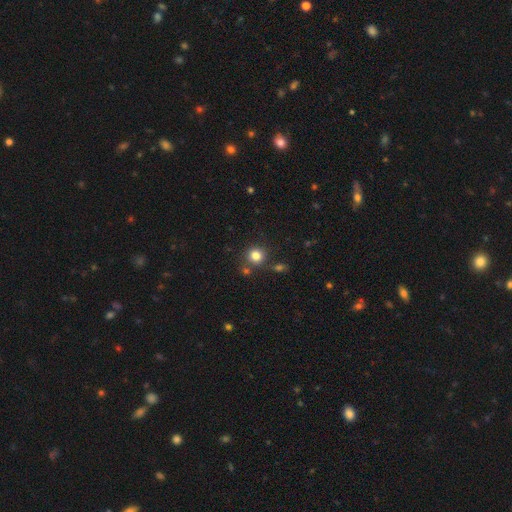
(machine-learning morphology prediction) type=smooth (81%); roundness=round (90%); merging=none (78%).